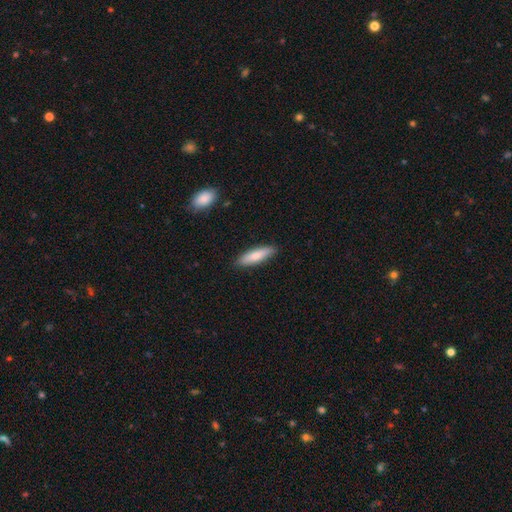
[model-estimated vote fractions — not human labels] Q: Smooth or featured?
A: smooth (76%); runner-up: featured or disk (19%)
Q: How rounded?
A: cigar-shaped (64%); runner-up: in between (34%)
Q: Merging?
A: none (88%); runner-up: minor disturbance (9%)